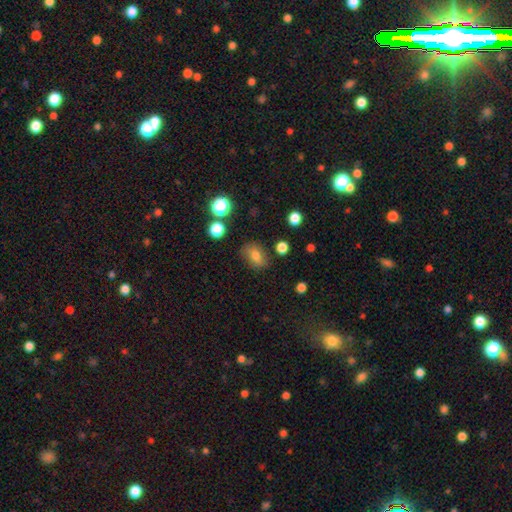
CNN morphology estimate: Smooth or featured: smooth — 76% (star or artifact — 12%)
How rounded: in between — 75% (round — 23%)
Merging: none — 77% (minor disturbance — 15%)